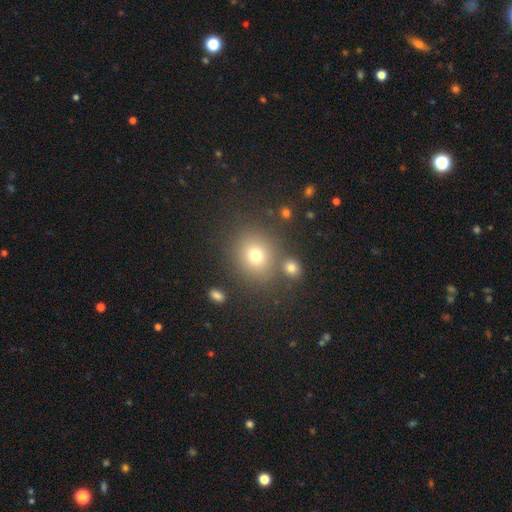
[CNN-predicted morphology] A smooth galaxy with no disk features (72%) that is round (76%).

Vote fractions:
- Smooth or featured? smooth: 72% / star or artifact: 17% / featured or disk: 11%
- How rounded? round: 76% / in between: 23% / cigar-shaped: 1%
- Merging? none: 76% / merger: 10% / minor disturbance: 10% / major disturbance: 4%